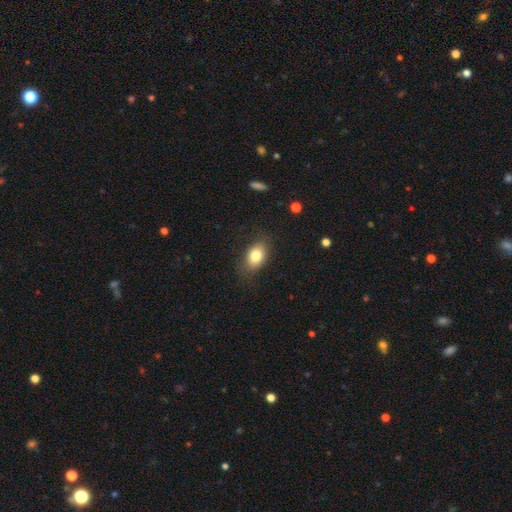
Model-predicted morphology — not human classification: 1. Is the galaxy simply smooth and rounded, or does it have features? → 81% smooth, 11% featured or disk, 8% star or artifact.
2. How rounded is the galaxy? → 81% in between, 17% round, 2% cigar-shaped.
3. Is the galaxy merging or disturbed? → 80% none, 15% minor disturbance, 5% major disturbance, 1% merger.